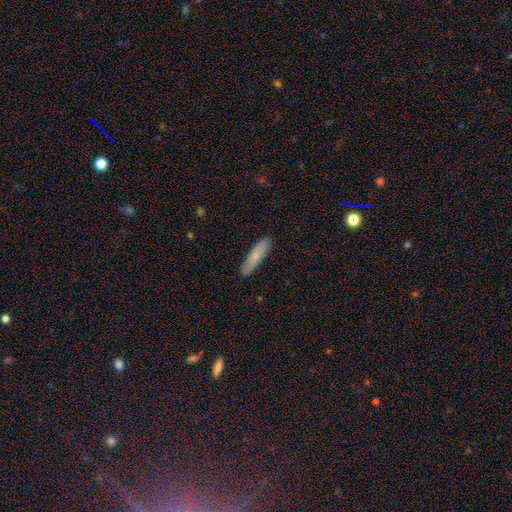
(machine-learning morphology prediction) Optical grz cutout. It shows a smooth galaxy with no disk features (74%) that is cigar-shaped (78%). Merging: none (88%).